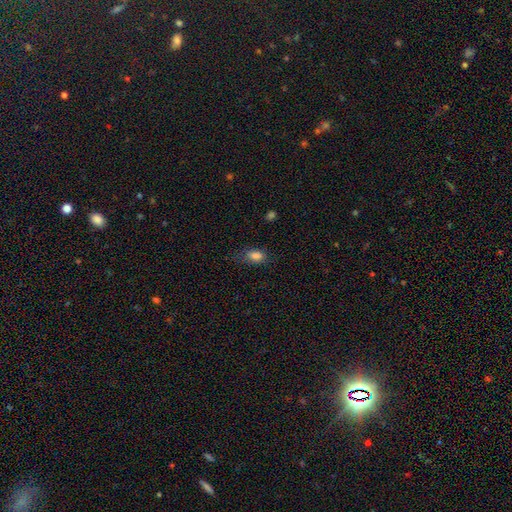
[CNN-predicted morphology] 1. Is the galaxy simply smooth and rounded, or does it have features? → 82% smooth, 11% star or artifact, 7% featured or disk.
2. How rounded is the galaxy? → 86% in between, 9% round, 5% cigar-shaped.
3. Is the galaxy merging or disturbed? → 62% none, 26% minor disturbance, 10% major disturbance, 2% merger.